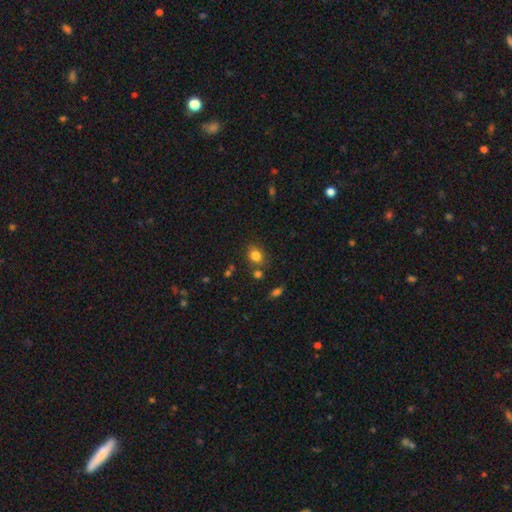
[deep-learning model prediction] Overall: smooth (81%). How rounded: in between (53%; round 45%). Merging: none (74%).